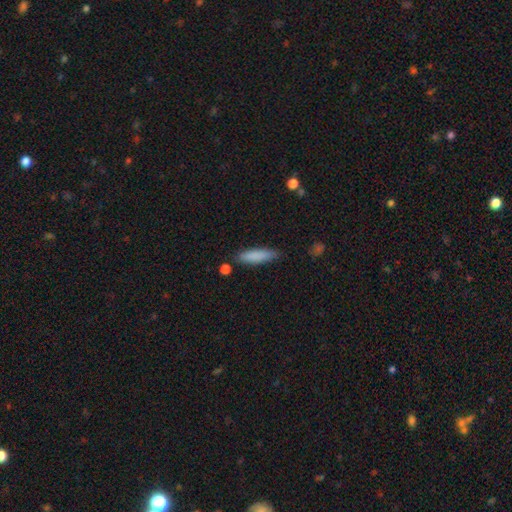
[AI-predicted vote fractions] Morphology: type=smooth (85%); roundness=cigar-shaped (73%); merging=none (81%).